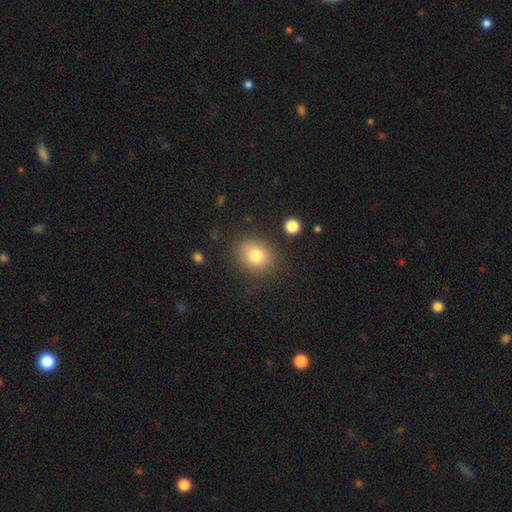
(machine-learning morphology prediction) Q: Smooth or featured?
A: smooth (80%); runner-up: star or artifact (11%)
Q: How rounded?
A: round (67%); runner-up: in between (33%)
Q: Merging?
A: none (82%); runner-up: minor disturbance (11%)